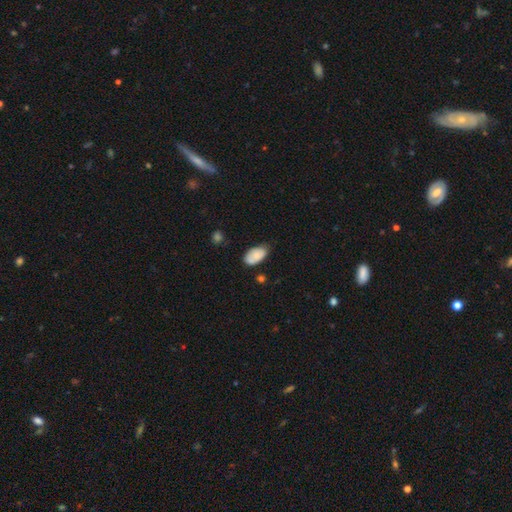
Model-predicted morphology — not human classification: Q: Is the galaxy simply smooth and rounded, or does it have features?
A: smooth — 80%.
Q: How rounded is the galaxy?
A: in between — 94%.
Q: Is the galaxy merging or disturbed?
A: none — 62%.